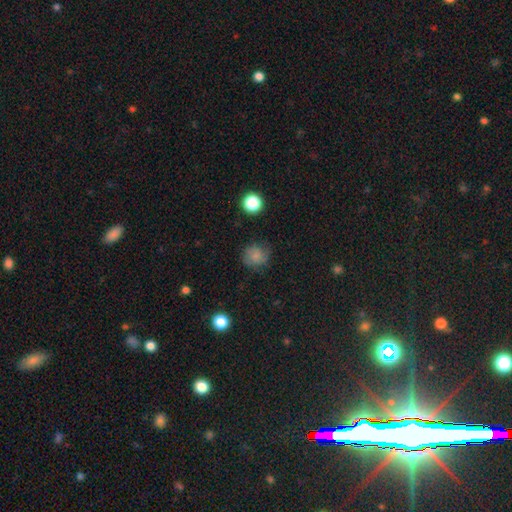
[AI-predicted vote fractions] smooth-or-featured: smooth: 74% | featured or disk: 14% | star or artifact: 12%
  how-rounded: round: 84% | in between: 15% | cigar-shaped: 1%
  merging: none: 71% | minor disturbance: 20% | major disturbance: 7% | merger: 1%